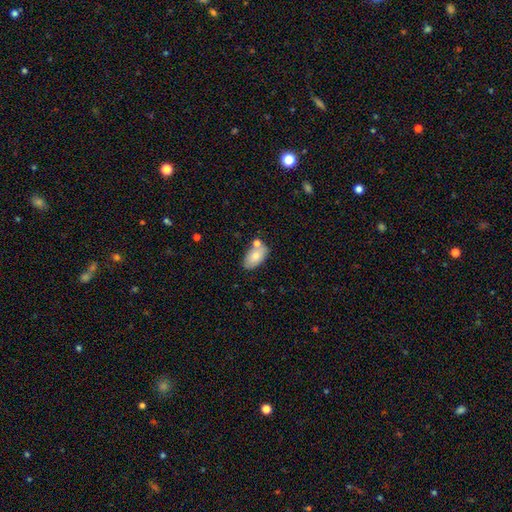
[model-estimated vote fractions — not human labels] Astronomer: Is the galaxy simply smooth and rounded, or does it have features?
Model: smooth — 76%.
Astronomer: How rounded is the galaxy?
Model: in between — 93%.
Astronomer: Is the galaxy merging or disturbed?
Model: none — 61%.